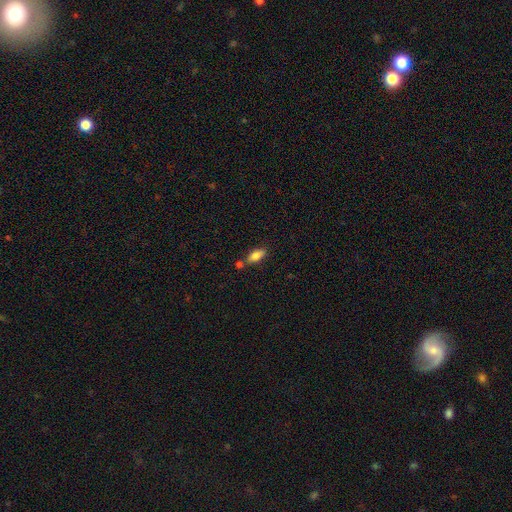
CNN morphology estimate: smooth 79%, featured or disk 13%, star or artifact 8%. Down the decision tree: how rounded — in between (81%); merging — none (67%).